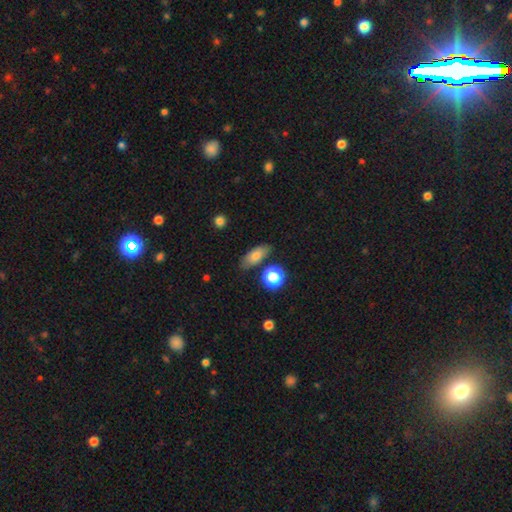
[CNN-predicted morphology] smooth 73%, featured or disk 17%, star or artifact 11%. Down the decision tree: how rounded — in between (72%); merging — none (77%).